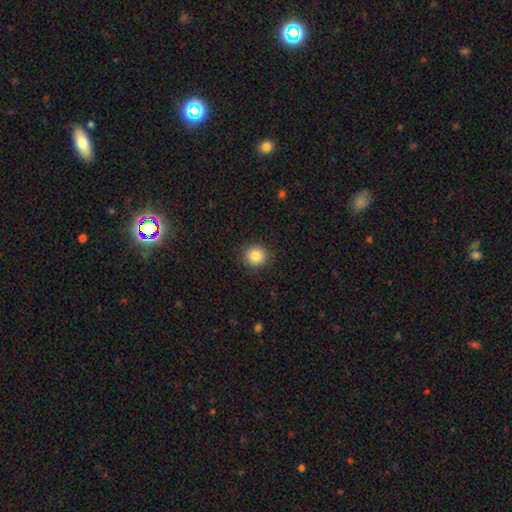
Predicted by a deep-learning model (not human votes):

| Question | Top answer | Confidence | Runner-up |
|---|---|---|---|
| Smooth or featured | smooth | 85% | star or artifact (10%) |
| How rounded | round | 90% | in between (9%) |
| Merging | none | 91% | minor disturbance (6%) |